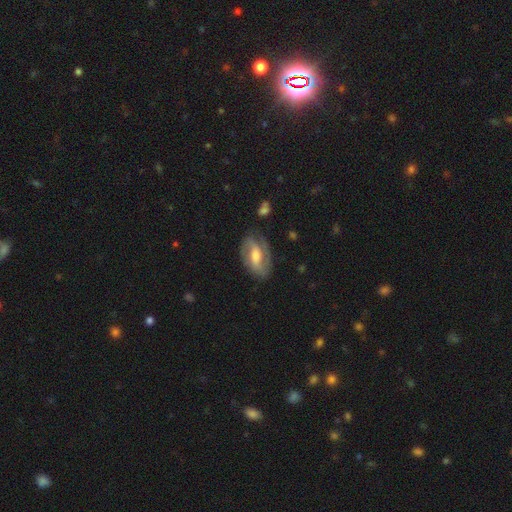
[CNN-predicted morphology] smooth-or-featured: featured or disk: 77% | smooth: 18% | star or artifact: 5%
  disk-edge-on: no: 95% | yes: 5%
    bar: weak: 42% | strong: 37% | no: 20%
    has-spiral-arms: yes: 91% | no: 9%
      spiral-winding: medium: 47% | tight: 30% | loose: 22%
      spiral-arm-count: 2: 85% | can't tell: 7% | 1: 4% | 3: 2% | 4: 1% | more than 4: 1%
    bulge-size: moderate: 61% | small: 22% | large: 13% | none: 3% | dominant: 1%
  merging: none: 75% | minor disturbance: 17% | major disturbance: 6% | merger: 2%